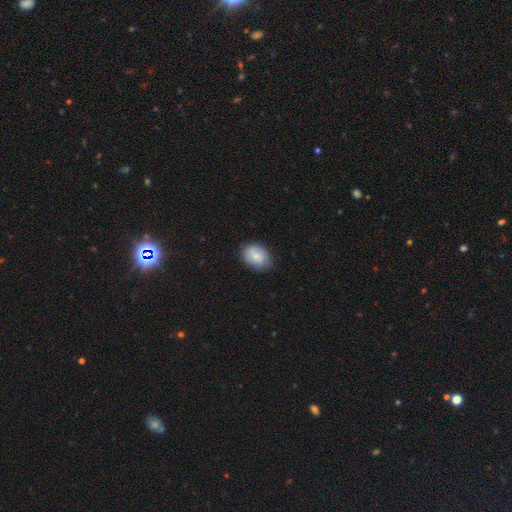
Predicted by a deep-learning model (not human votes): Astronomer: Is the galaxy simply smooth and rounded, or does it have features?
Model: smooth — 80%.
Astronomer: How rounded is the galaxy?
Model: in between — 71%.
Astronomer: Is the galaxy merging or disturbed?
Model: none — 81%.